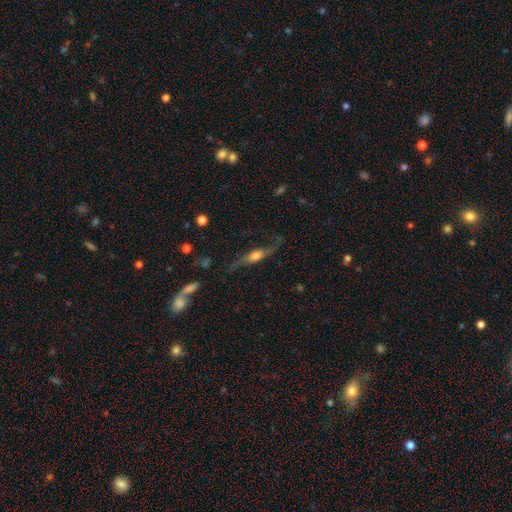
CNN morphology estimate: type=featured or disk (67%); edge-on=yes (66%); merging=none (64%).